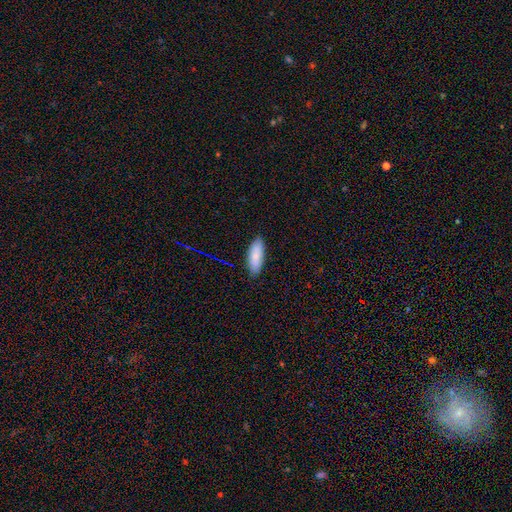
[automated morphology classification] This appears to be a smooth galaxy with no disk features (80%) that is in between round and cigar-shaped (73%). Merging: none (84%).